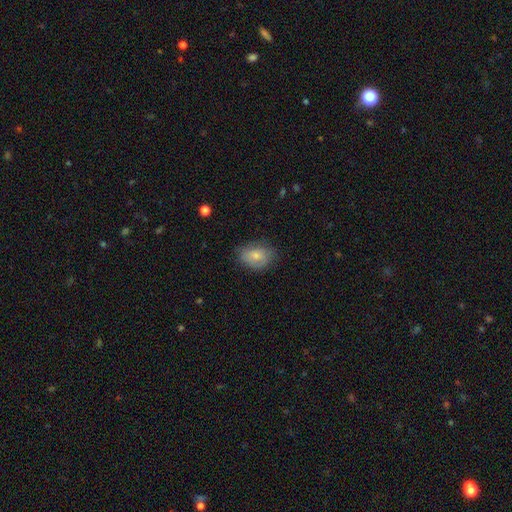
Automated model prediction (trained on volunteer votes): Smooth or featured? smooth (75%)
How rounded? in between (77%)
Merging? none (69%)